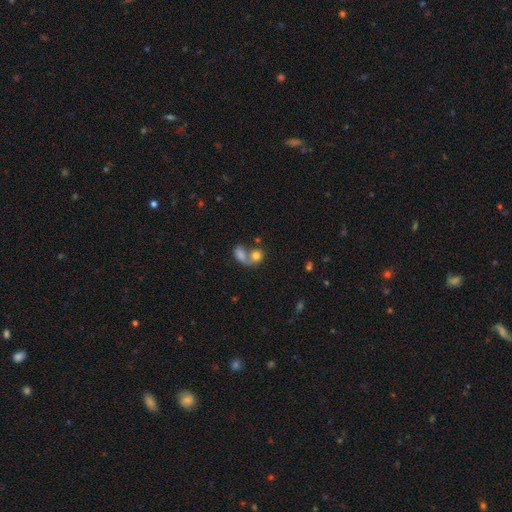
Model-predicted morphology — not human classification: smooth_or_featured: smooth (p=0.74) [alt: featured or disk p=0.16]
how_rounded: round (p=0.54) [alt: in between p=0.44]
merging: merger (p=0.65) [alt: none p=0.20]